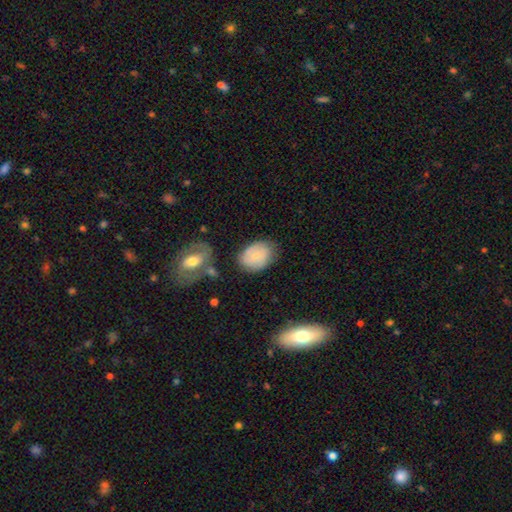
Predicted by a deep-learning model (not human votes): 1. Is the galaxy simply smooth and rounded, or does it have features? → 70% smooth, 22% featured or disk, 8% star or artifact.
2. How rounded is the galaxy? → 75% in between, 24% round, 1% cigar-shaped.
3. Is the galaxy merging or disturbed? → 69% none, 20% minor disturbance, 6% major disturbance, 5% merger.